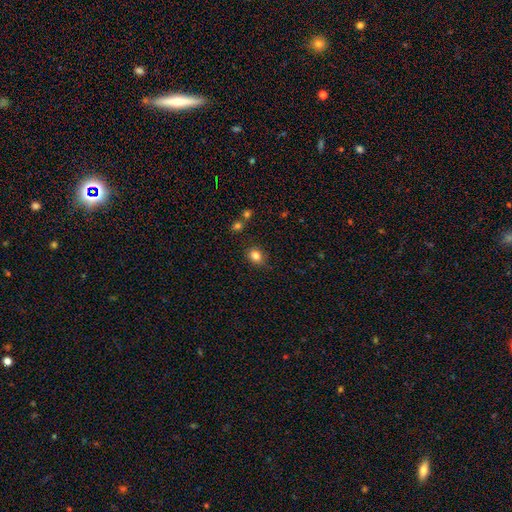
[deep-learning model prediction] This appears to be a smooth galaxy with no disk features (83%) that is round (54%). Merging: none (83%).